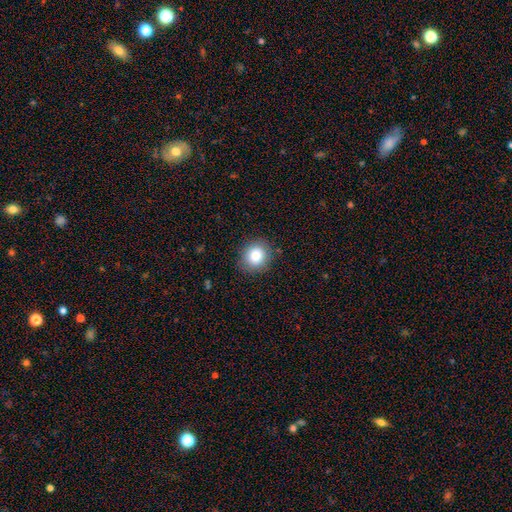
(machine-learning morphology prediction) A smooth galaxy with no disk features (82%) that is round (80%). Merging: none (87%).